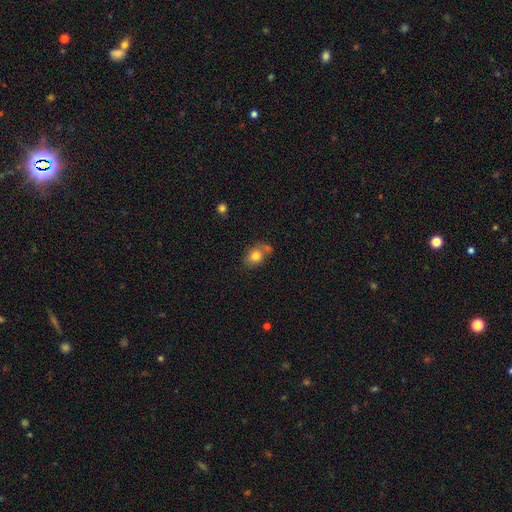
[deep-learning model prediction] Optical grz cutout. It shows a smooth galaxy with no disk features (79%) that is in between round and cigar-shaped (51%). Merging: none (55%).